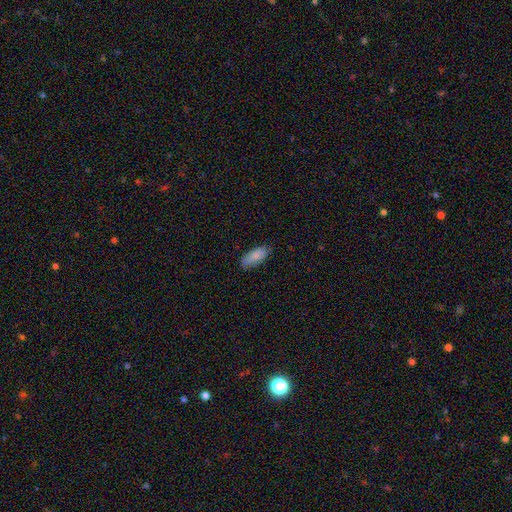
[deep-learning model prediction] The model was most divided on "merging": none: 75%, minor disturbance: 20%, major disturbance: 4%, merger: 1%. More confident: smooth or featured — smooth (86%); how rounded — in between (82%).